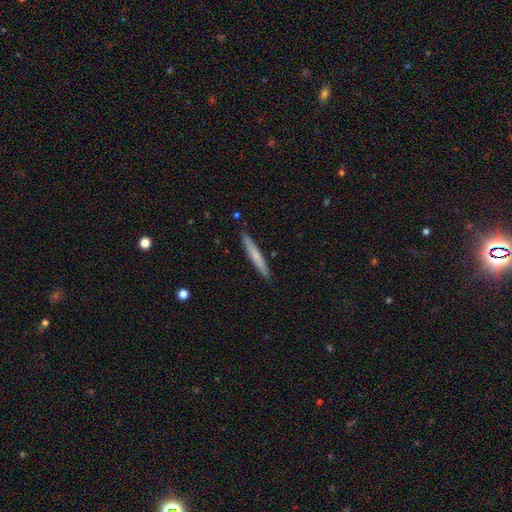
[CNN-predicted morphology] Smooth or featured? smooth (64%)
How rounded? cigar-shaped (96%)
Merging? none (90%)